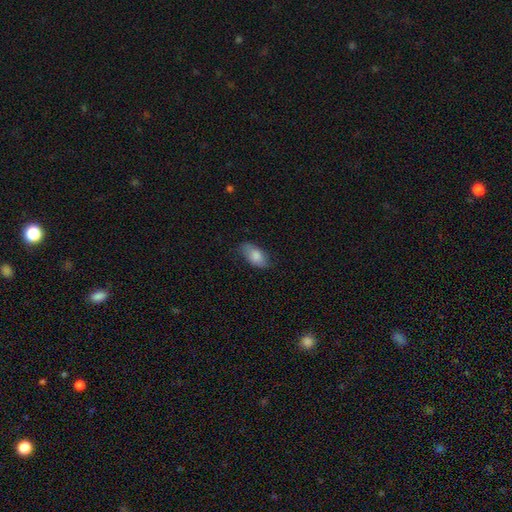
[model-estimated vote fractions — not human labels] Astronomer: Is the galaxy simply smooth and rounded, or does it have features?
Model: smooth — 80%.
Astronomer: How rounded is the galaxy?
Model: in between — 93%.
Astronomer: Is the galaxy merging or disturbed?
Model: none — 75%.